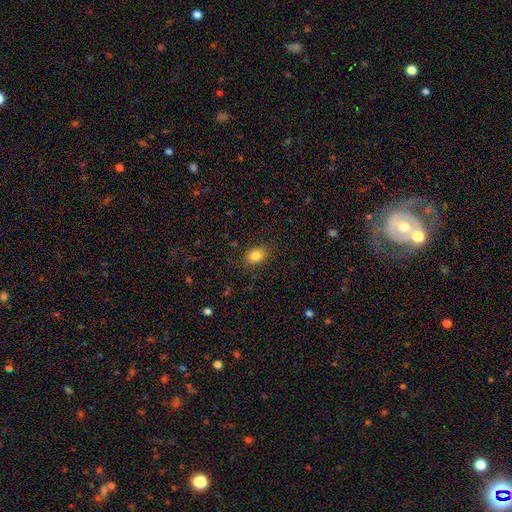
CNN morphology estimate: Smooth or featured? Predicted: smooth (p=0.84). How rounded? Predicted: in between (p=0.72). Merging? Predicted: none (p=0.85).